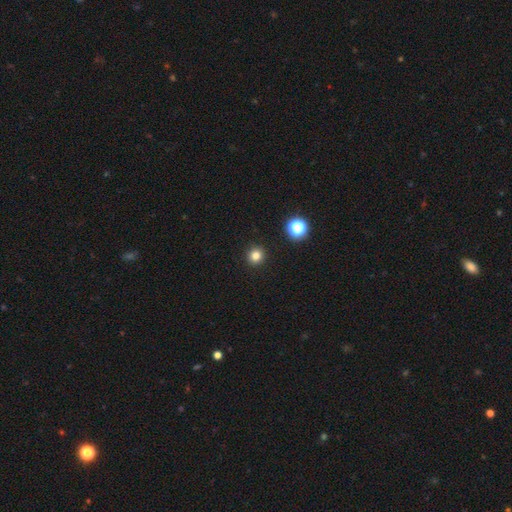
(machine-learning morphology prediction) This is clearly a smooth galaxy (81%). How rounded: clearly round (92%). Merging: clearly none (93%).